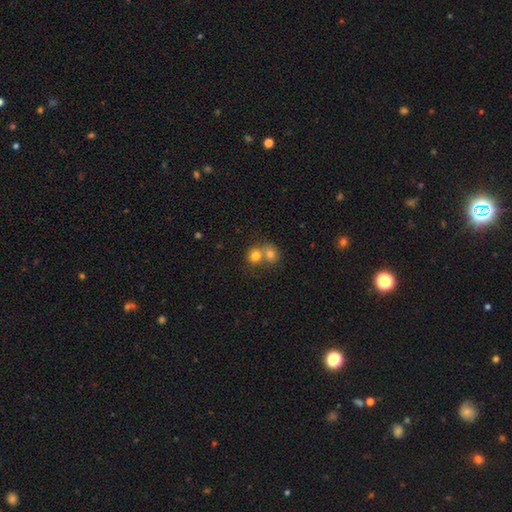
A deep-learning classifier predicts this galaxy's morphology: A smooth galaxy with no disk features (78%) that is round (79%). Merging: merger (59%).